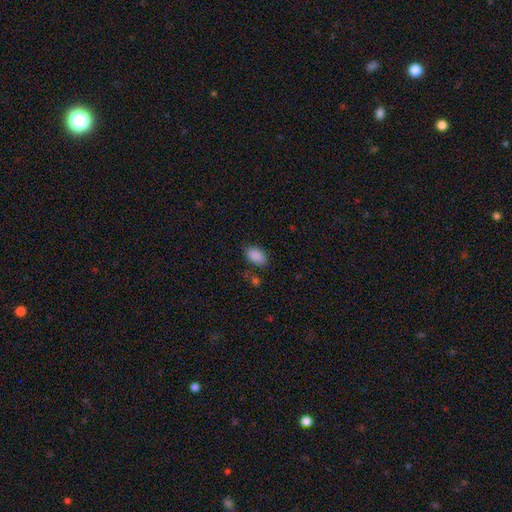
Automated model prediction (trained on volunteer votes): This appears to be a smooth galaxy with no disk features (88%) that is in between round and cigar-shaped (92%). Merging: none (76%).